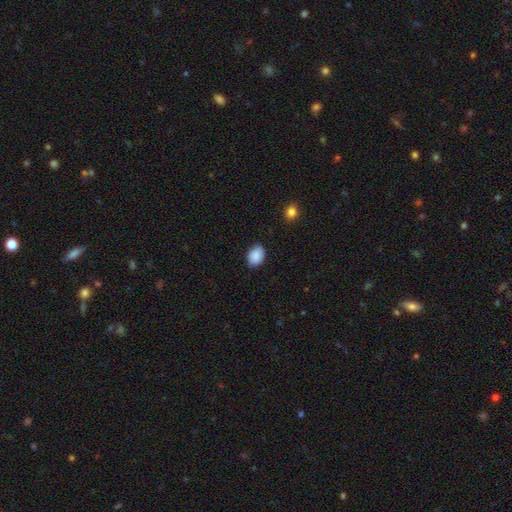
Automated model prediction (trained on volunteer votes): Morphology: type=smooth (89%); roundness=in between (69%); merging=none (80%).